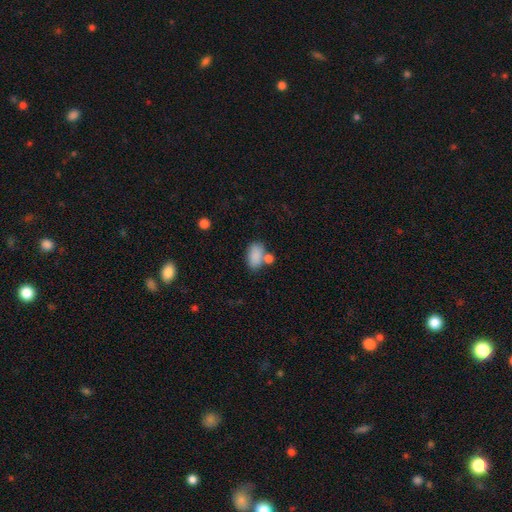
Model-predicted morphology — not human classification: The model was most divided on "merging": none: 52%, merger: 28%, minor disturbance: 15%, major disturbance: 5%. More confident: how rounded — in between (91%); smooth or featured — smooth (85%).